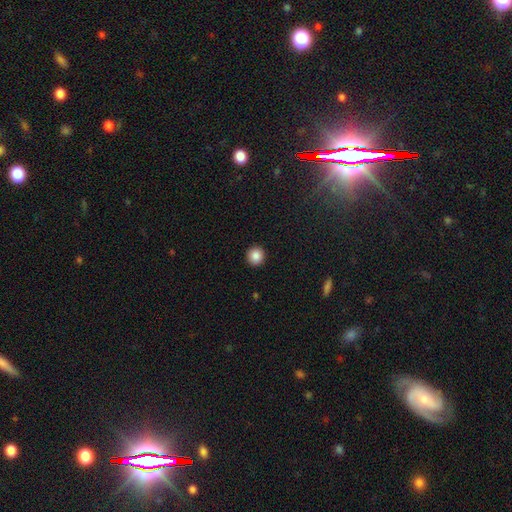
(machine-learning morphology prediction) A smooth galaxy with no disk features (87%) that is round (94%).

Vote fractions:
- Smooth or featured? smooth: 87% / star or artifact: 9% / featured or disk: 3%
- How rounded? round: 94% / in between: 6% / cigar-shaped: 1%
- Merging? none: 93% / minor disturbance: 4% / major disturbance: 2% / merger: 1%